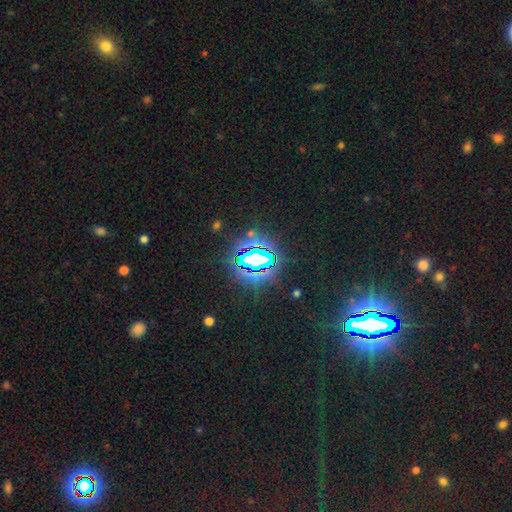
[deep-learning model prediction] star or artifact 76%, smooth 14%, featured or disk 10%.